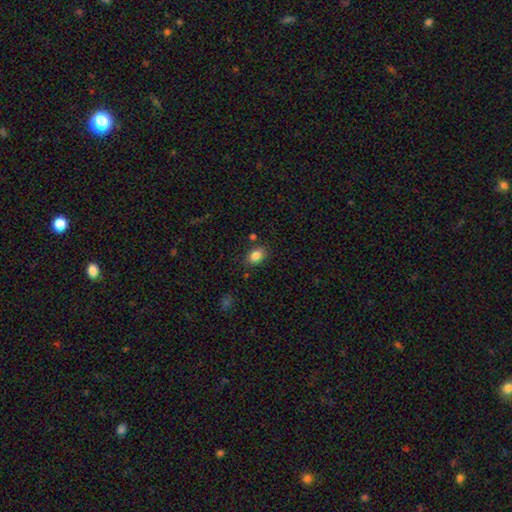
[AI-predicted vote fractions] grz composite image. It shows a smooth galaxy with no disk features (84%) that is in between round and cigar-shaped (77%). Merging: none (81%).